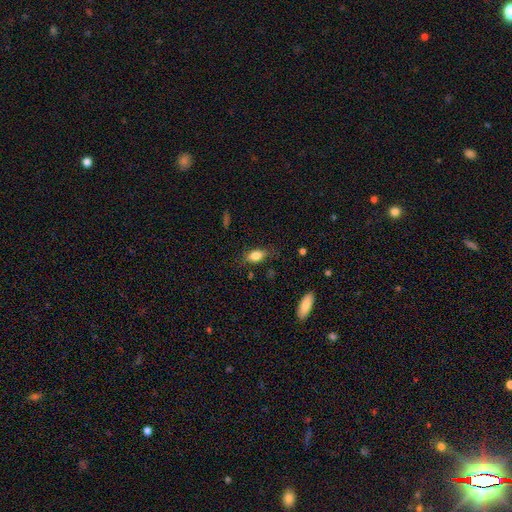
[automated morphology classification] A smooth galaxy with no disk features (81%) that is in between round and cigar-shaped (84%). Merging: none (75%).